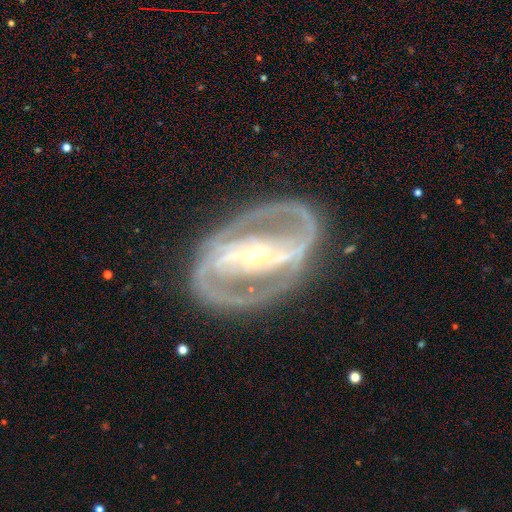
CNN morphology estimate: smooth_or_featured: featured or disk (p=0.90) [alt: smooth p=0.05]
disk_edge_on: no (p=0.95) [alt: yes p=0.05]
bar: strong (p=0.71) [alt: weak p=0.18]
has_spiral_arms: yes (p=0.88) [alt: no p=0.12]
spiral_winding: medium (p=0.49) [alt: tight p=0.37]
spiral_arm_count: 2 (p=0.88) [alt: can't tell p=0.05]
bulge_size: small (p=0.60) [alt: moderate p=0.35]
merging: none (p=0.79) [alt: minor disturbance p=0.12]